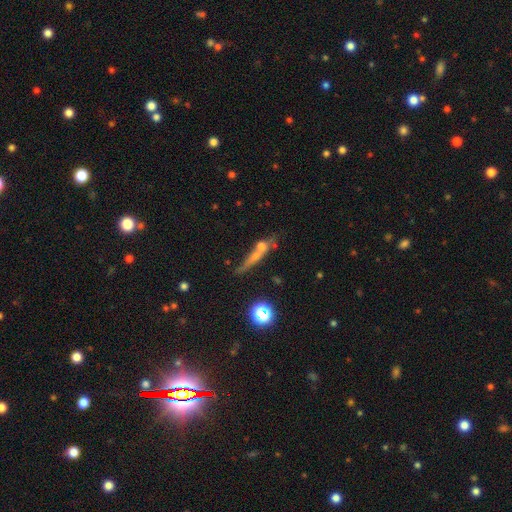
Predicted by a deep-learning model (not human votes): Smooth or featured? featured or disk (41%, tied with smooth)
Merging? none (51%)